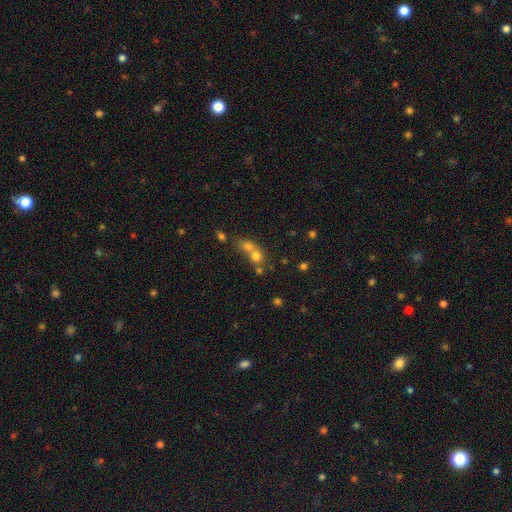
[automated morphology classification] Smooth or featured? smooth (70%)
How rounded? round (70%)
Merging? merger (65%)